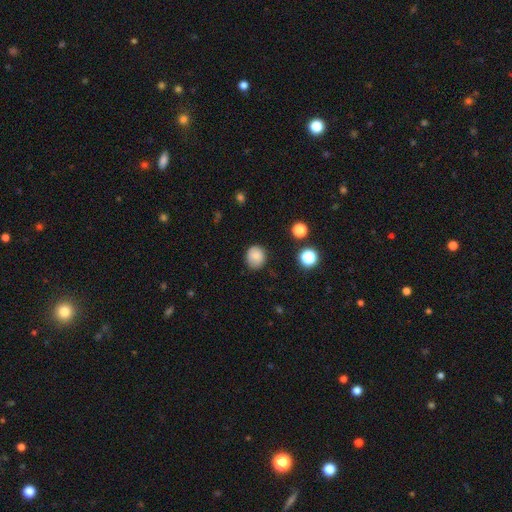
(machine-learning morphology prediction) Smooth or featured?
  - smooth: 82% *
  - star or artifact: 10%
  - featured or disk: 8%
How rounded?
  - round: 72% *
  - in between: 27%
  - cigar-shaped: 1%
Merging?
  - none: 81% *
  - minor disturbance: 14%
  - major disturbance: 3%
  - merger: 1%